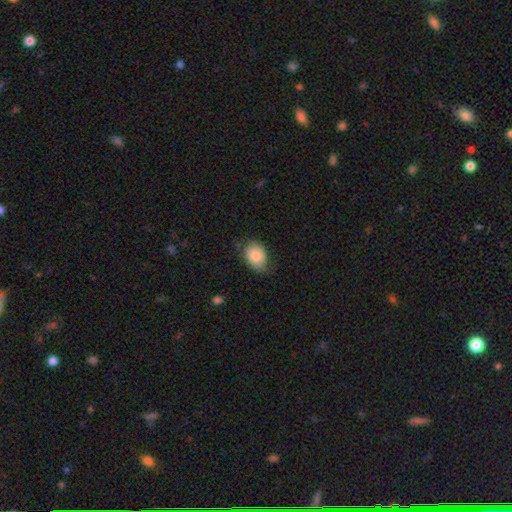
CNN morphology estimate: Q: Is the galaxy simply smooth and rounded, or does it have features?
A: smooth — 81%.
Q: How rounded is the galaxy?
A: in between — 75%.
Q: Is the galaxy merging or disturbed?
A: none — 62%.